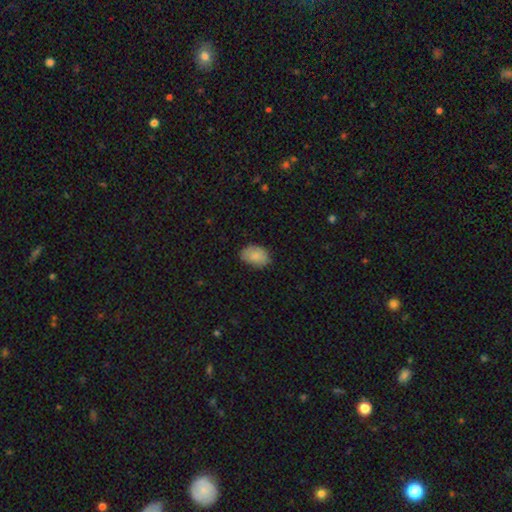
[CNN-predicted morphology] A smooth galaxy with no disk features (84%) that is in between round and cigar-shaped (84%). Merging: none (72%).